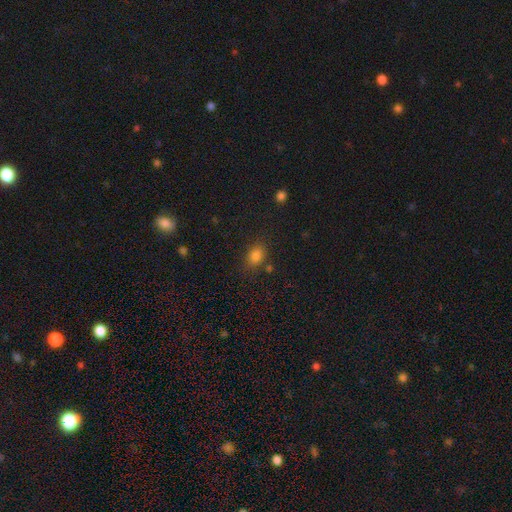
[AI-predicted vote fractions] A smooth galaxy with no disk features (81%) that is in between round and cigar-shaped (67%).

Vote fractions:
- Smooth or featured? smooth: 81% / star or artifact: 13% / featured or disk: 6%
- How rounded? in between: 67% / round: 31% / cigar-shaped: 2%
- Merging? none: 76% / minor disturbance: 14% / merger: 5% / major disturbance: 5%